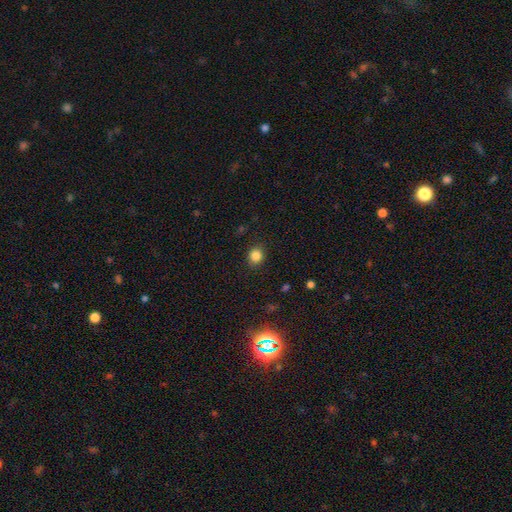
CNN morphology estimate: A smooth galaxy with no disk features (85%) that is round (76%). Merging: none (87%).